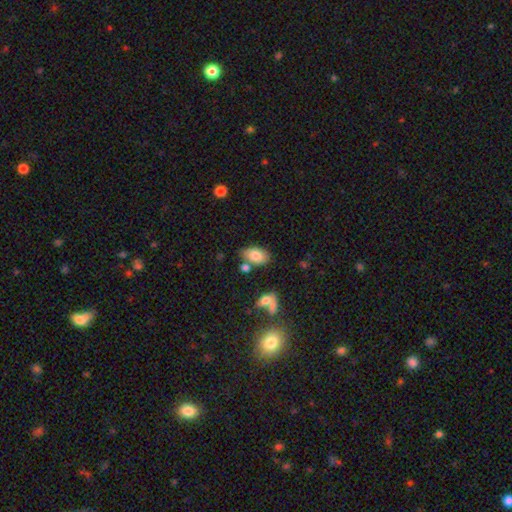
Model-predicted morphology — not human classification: smooth 82%, featured or disk 11%, star or artifact 8%. Down the decision tree: how rounded — in between (93%); merging — none (68%).